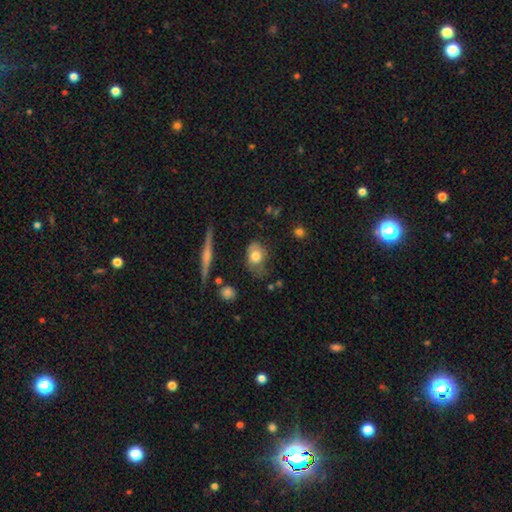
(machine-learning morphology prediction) smooth_or_featured: smooth (p=0.70) [alt: featured or disk p=0.22]
how_rounded: in between (p=0.71) [alt: round p=0.25]
merging: none (p=0.47) [alt: minor disturbance p=0.32]